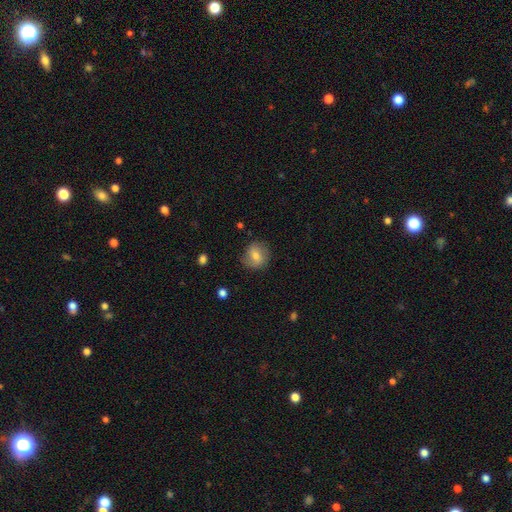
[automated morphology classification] smooth 67%, featured or disk 24%, star or artifact 9%. Down the decision tree: how rounded — round (78%); merging — none (73%).